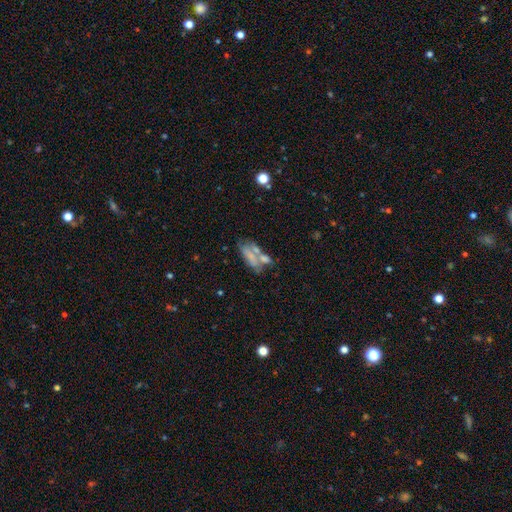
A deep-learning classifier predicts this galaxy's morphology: smooth_or_featured: smooth (p=0.44) [alt: featured or disk p=0.41]
merging: merger (p=0.39) [alt: none p=0.33]